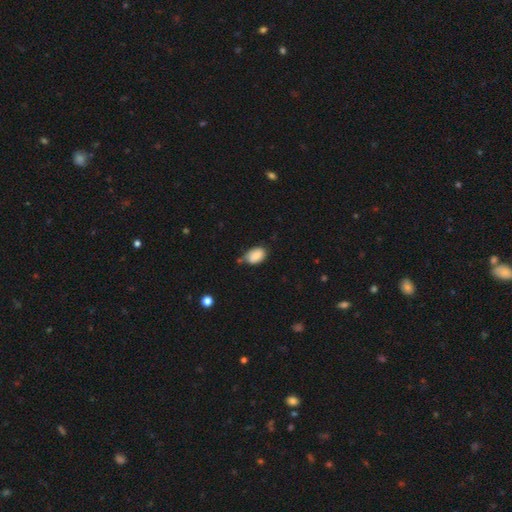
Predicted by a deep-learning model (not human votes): Morphology: type=smooth (86%); roundness=in between (88%); merging=none (55%).